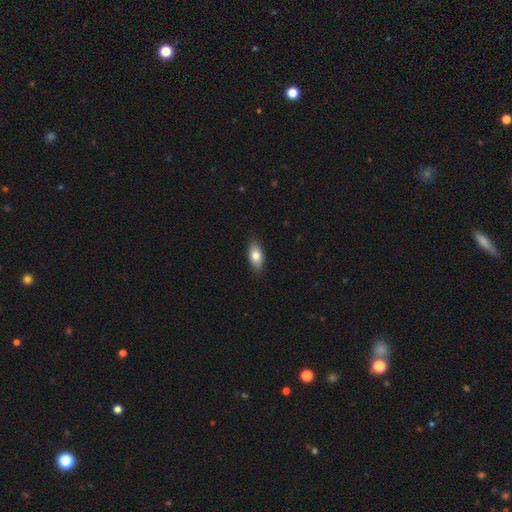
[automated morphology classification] The model was most divided on "smooth or featured": smooth: 78%, featured or disk: 15%, star or artifact: 7%. More confident: merging — none (87%); how rounded — in between (87%).